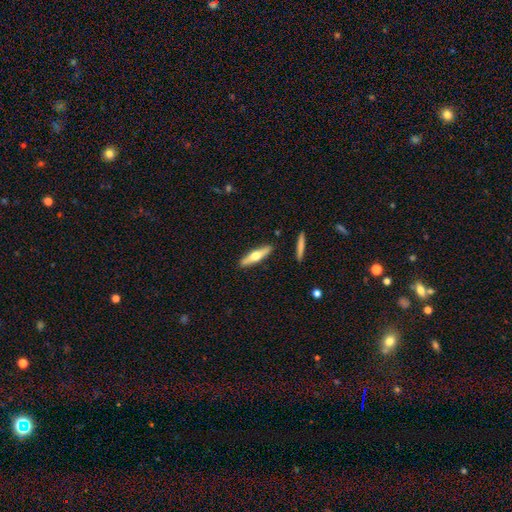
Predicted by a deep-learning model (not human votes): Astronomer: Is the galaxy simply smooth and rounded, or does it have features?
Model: featured or disk — 54% (runner-up: smooth, 41%).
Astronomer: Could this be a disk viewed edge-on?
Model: yes — 92%.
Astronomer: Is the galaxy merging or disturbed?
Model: none — 89%.